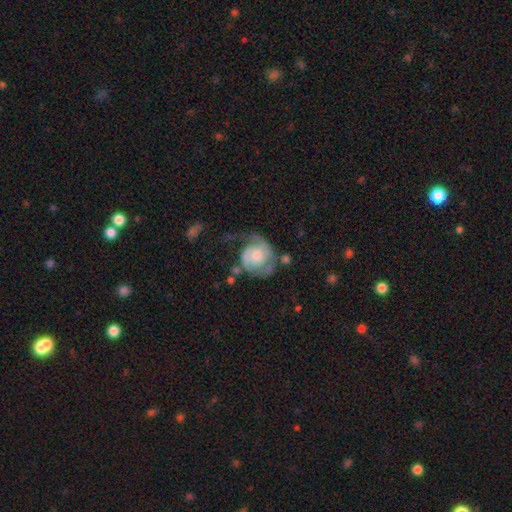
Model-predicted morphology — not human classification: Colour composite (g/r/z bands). It shows a featured or disk galaxy (68%) with no bar (78%), 2 (50%) tight (41%) spiral arms (83%) and a moderate central bulge (49%). Merging: none (36%).